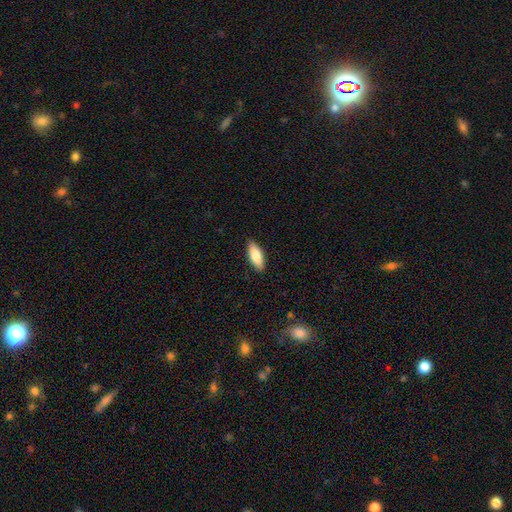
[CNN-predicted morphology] smooth-or-featured: smooth: 82% | featured or disk: 12% | star or artifact: 6%
  how-rounded: in between: 77% | cigar-shaped: 21% | round: 2%
  merging: none: 88% | minor disturbance: 9% | major disturbance: 2% | merger: 1%